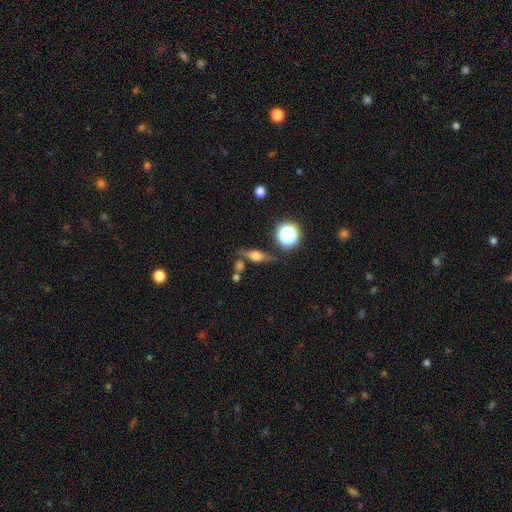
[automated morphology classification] A featured or disk galaxy (49%). Merging: none (72%).